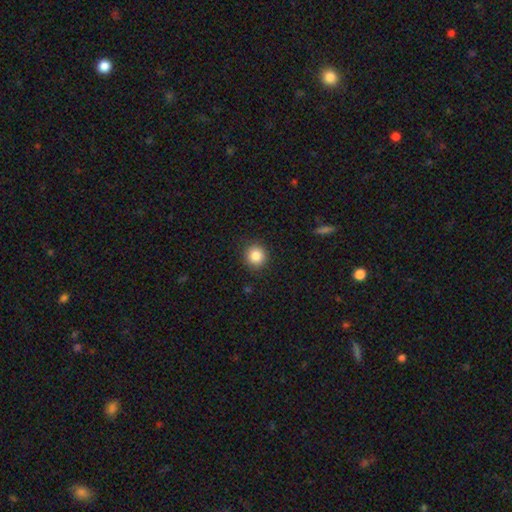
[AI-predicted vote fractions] Smooth or featured? Predicted: smooth (p=0.86). How rounded? Predicted: round (p=0.92). Merging? Predicted: none (p=0.91).